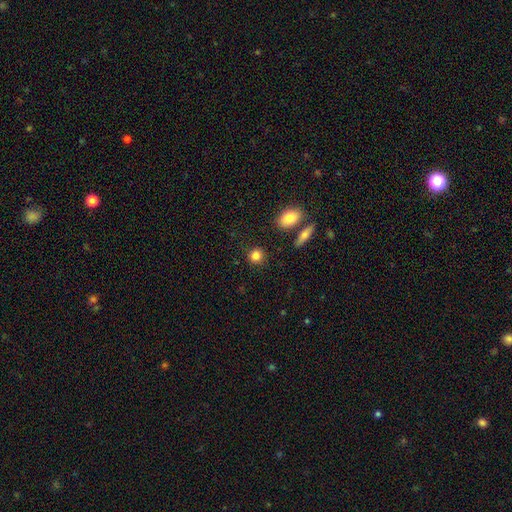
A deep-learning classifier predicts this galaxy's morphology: Q: Smooth or featured?
A: smooth (85%); runner-up: star or artifact (9%)
Q: How rounded?
A: round (86%); runner-up: in between (12%)
Q: Merging?
A: none (86%); runner-up: minor disturbance (7%)